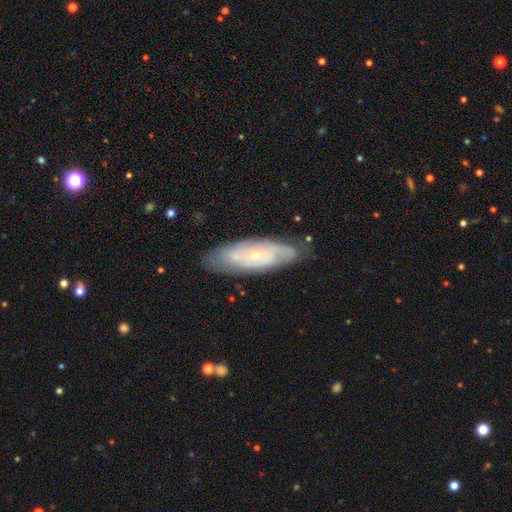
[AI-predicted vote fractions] Smooth or featured? featured or disk (70%)
Edge-on disk? no (84%)
Bar? no (76%)
Spiral arms? yes (81%)
Bulge size? small (73%)
Merging? none (77%)